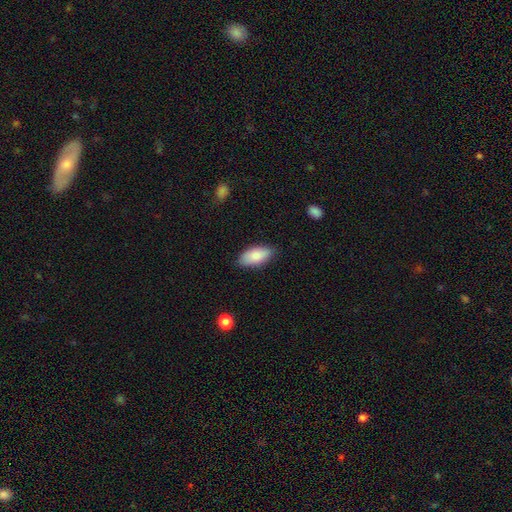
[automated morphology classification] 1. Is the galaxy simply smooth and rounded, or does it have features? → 85% smooth, 9% featured or disk, 6% star or artifact.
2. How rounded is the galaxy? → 91% in between, 7% cigar-shaped, 2% round.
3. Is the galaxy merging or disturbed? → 83% none, 13% minor disturbance, 2% major disturbance, 1% merger.